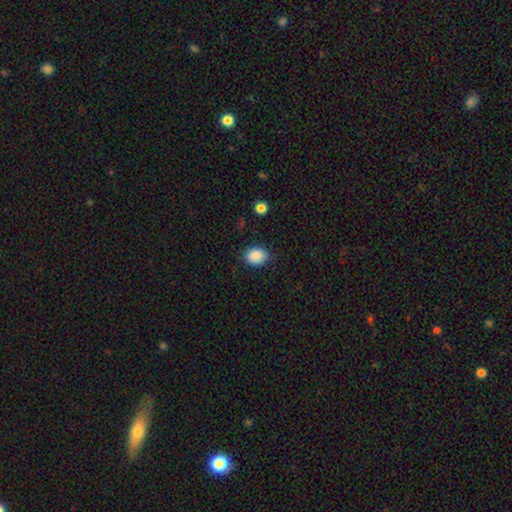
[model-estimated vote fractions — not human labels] Q: Smooth or featured?
A: smooth (88%); runner-up: star or artifact (8%)
Q: How rounded?
A: in between (53%); runner-up: round (46%)
Q: Merging?
A: none (80%); runner-up: minor disturbance (15%)